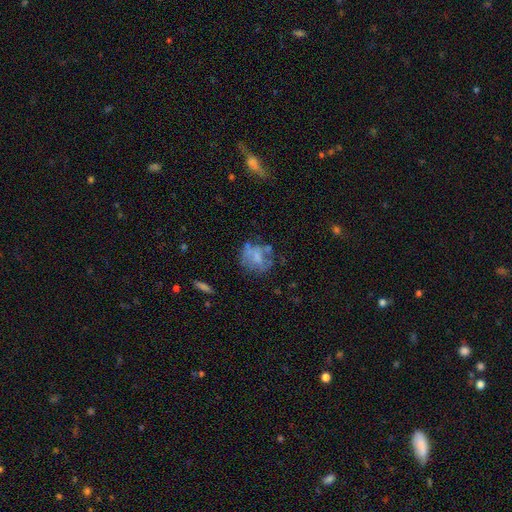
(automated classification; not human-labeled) A smooth galaxy with no disk features (45%). Merging: none (48%).